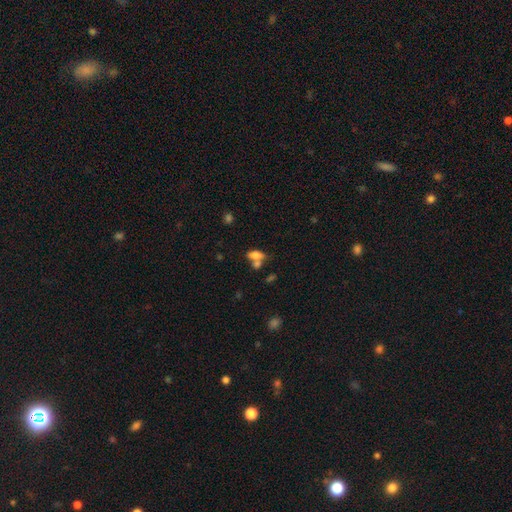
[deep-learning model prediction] Q: Smooth or featured?
A: smooth (72%); runner-up: featured or disk (18%)
Q: How rounded?
A: in between (81%); runner-up: cigar-shaped (13%)
Q: Merging?
A: merger (42%); runner-up: none (41%)